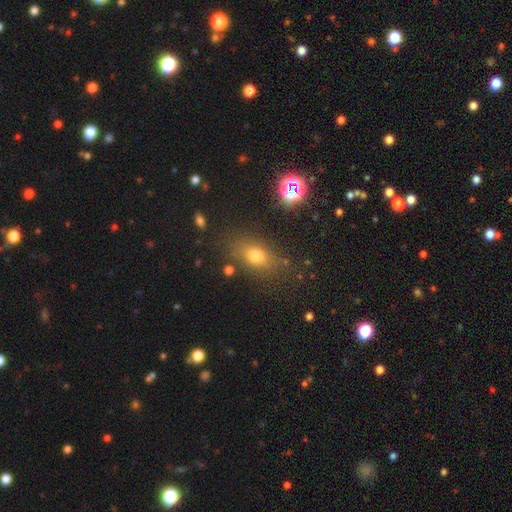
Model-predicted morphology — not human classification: Smooth or featured: smooth — 71% (star or artifact — 17%)
How rounded: in between — 74% (round — 20%)
Merging: none — 78% (minor disturbance — 13%)